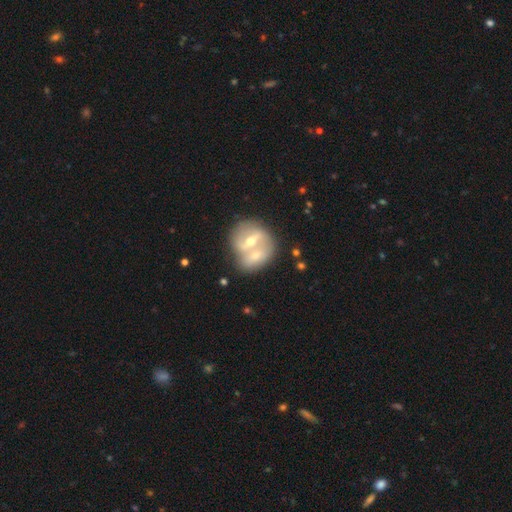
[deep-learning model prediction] A featured or disk galaxy (52%). Merging: merger (60%).